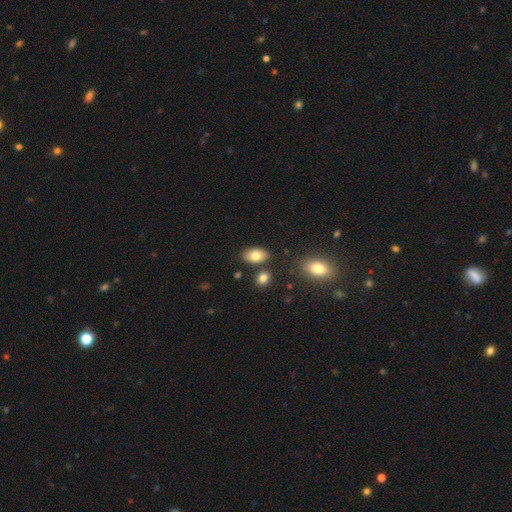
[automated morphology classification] This is likely a smooth galaxy (80%). How rounded: clearly in between (91%). Merging: likely none (80%).